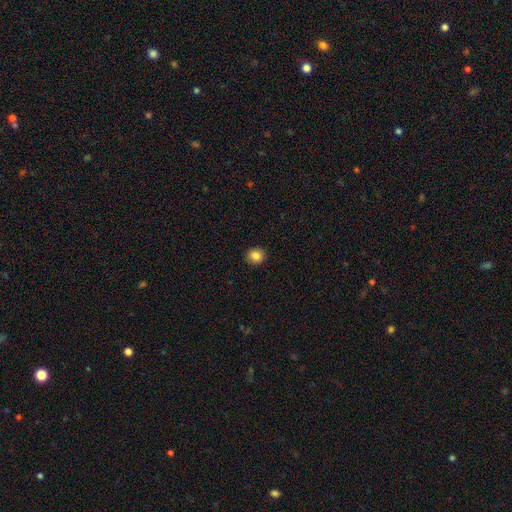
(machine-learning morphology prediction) smooth 85%, star or artifact 10%, featured or disk 5%. Down the decision tree: how rounded — round (88%); merging — none (92%).